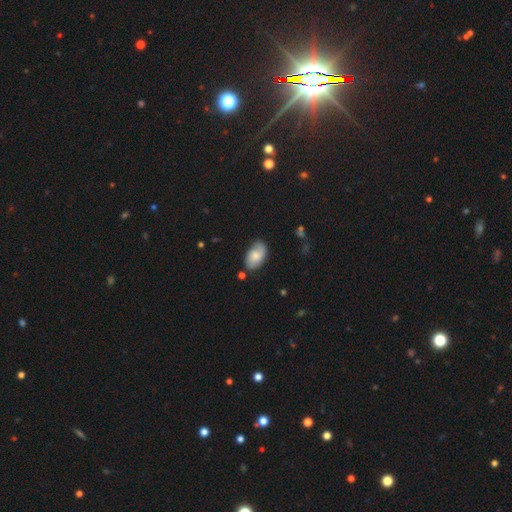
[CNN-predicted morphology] A smooth galaxy with no disk features (67%) that is in between round and cigar-shaped (93%).

Vote fractions:
- Smooth or featured? smooth: 67% / featured or disk: 26% / star or artifact: 7%
- How rounded? in between: 93% / round: 5% / cigar-shaped: 2%
- Merging? none: 73% / minor disturbance: 20% / major disturbance: 4% / merger: 3%